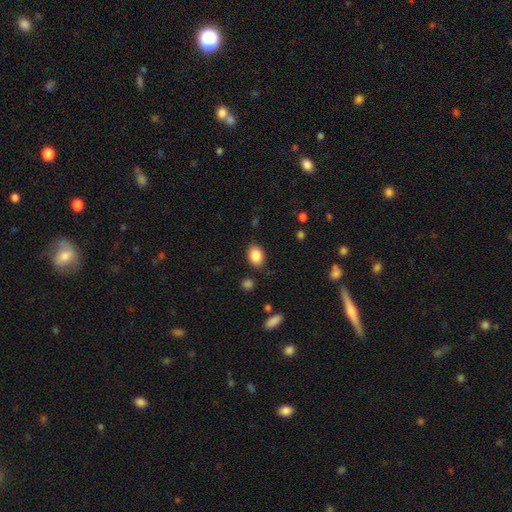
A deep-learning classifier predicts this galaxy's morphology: Overall: smooth (87%). How rounded: in between (77%). Merging: none (84%).